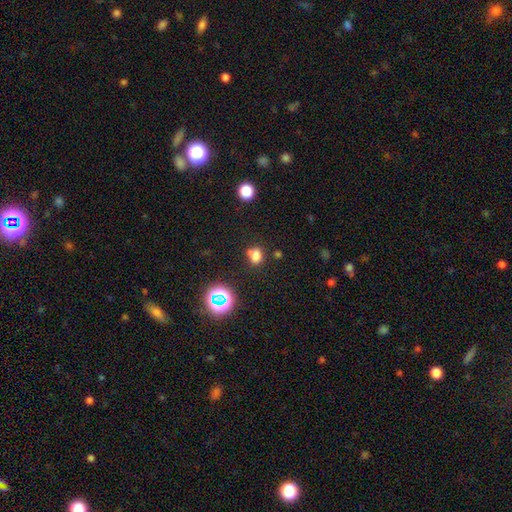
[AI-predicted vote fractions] Smooth or featured? smooth (72%)
How rounded? round (58%)
Merging? none (58%)